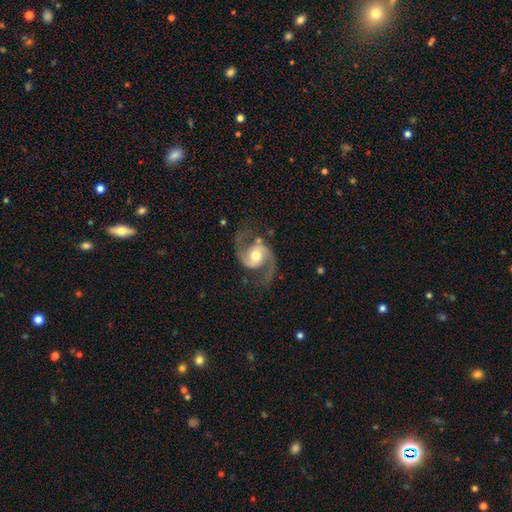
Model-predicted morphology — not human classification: smooth-or-featured: featured or disk: 92% | star or artifact: 4% | smooth: 4%
  disk-edge-on: no: 98% | yes: 2%
    bar: no: 52% | weak: 36% | strong: 12%
    has-spiral-arms: yes: 98% | no: 2%
      spiral-winding: medium: 55% | loose: 36% | tight: 9%
      spiral-arm-count: 2: 94% | can't tell: 1% | 1: 1% | 3: 1% | 4: 1% | more than 4: 1%
    bulge-size: moderate: 69% | large: 15% | small: 14% | dominant: 1% | none: 1%
  merging: none: 74% | minor disturbance: 14% | major disturbance: 9% | merger: 2%